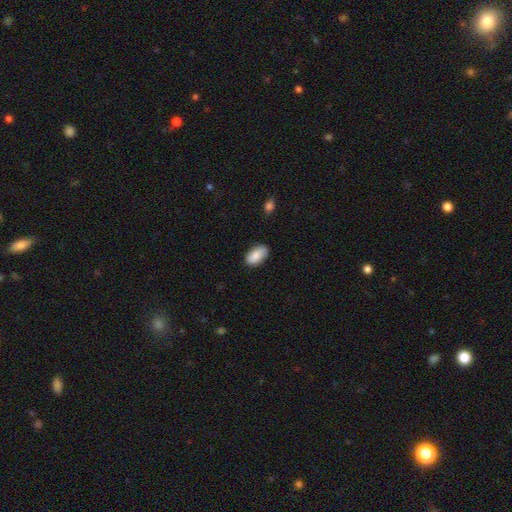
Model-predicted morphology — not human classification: Smooth or featured: smooth — 86% (featured or disk — 7%)
How rounded: in between — 94% (round — 3%)
Merging: none — 83% (minor disturbance — 14%)